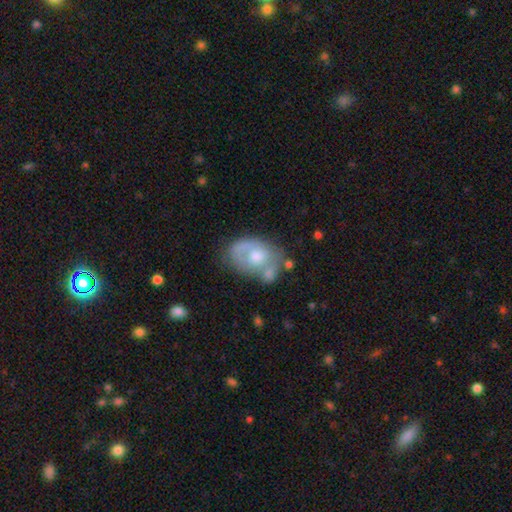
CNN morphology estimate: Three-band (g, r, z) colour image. It shows a featured or disk galaxy (49%). Merging: none (40%).